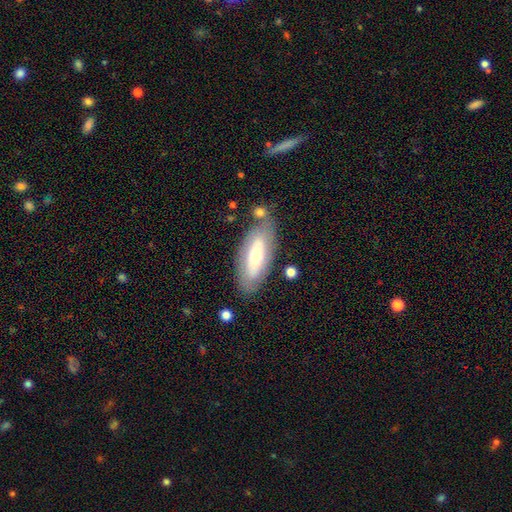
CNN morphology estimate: Q: Smooth or featured?
A: smooth (53%); runner-up: featured or disk (41%)
Q: How rounded?
A: in between (75%); runner-up: cigar-shaped (22%)
Q: Merging?
A: none (73%); runner-up: minor disturbance (16%)